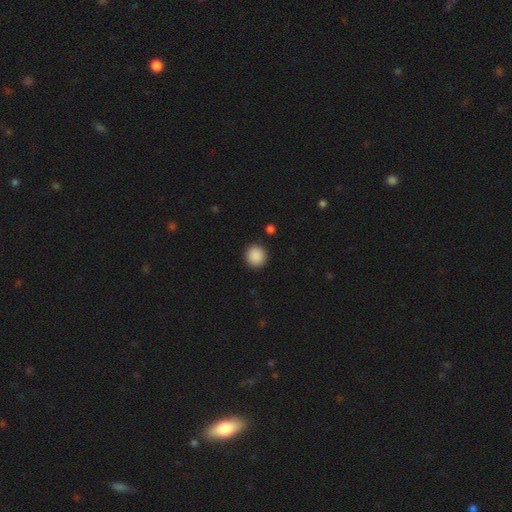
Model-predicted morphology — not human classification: This appears to be a smooth galaxy with no disk features (89%) that is round (91%). Merging: none (91%).